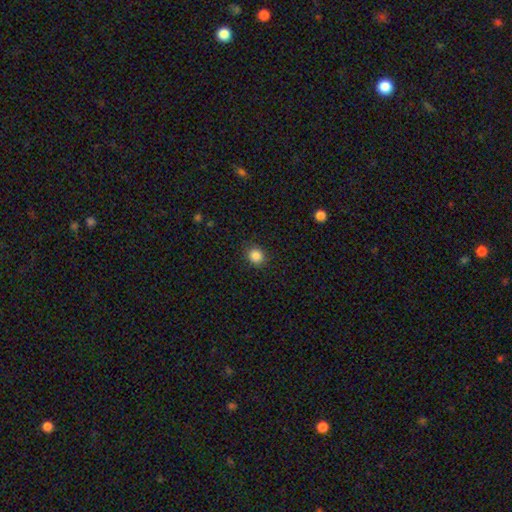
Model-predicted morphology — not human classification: Smooth or featured: smooth — 86% (star or artifact — 10%)
How rounded: round — 82% (in between — 17%)
Merging: none — 89% (minor disturbance — 8%)